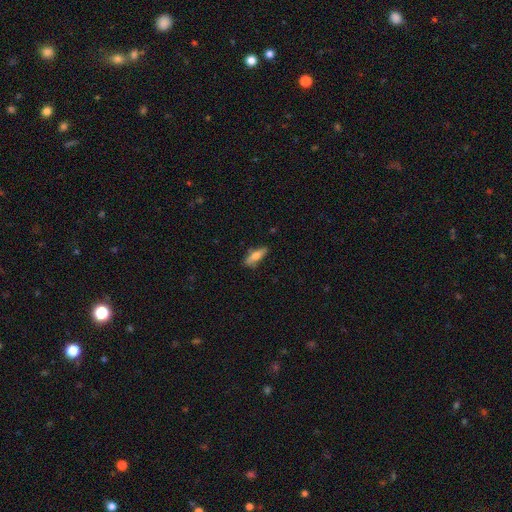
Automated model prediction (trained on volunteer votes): Overall: smooth (66%; featured or disk 27%). How rounded: cigar-shaped (51%; in between 46%). Merging: none (76%).